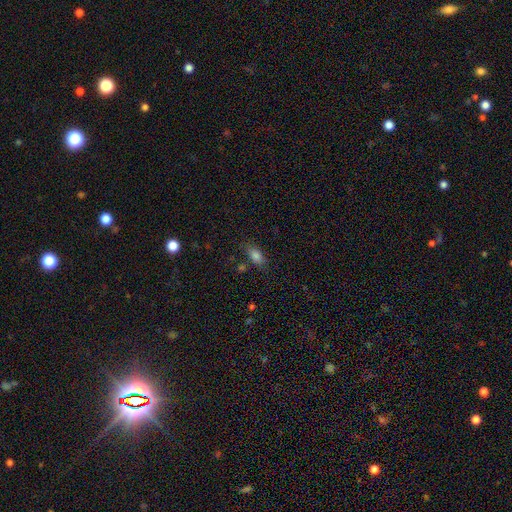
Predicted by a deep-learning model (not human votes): smooth 81%, star or artifact 11%, featured or disk 8%. Down the decision tree: how rounded — in between (86%); merging — none (75%).